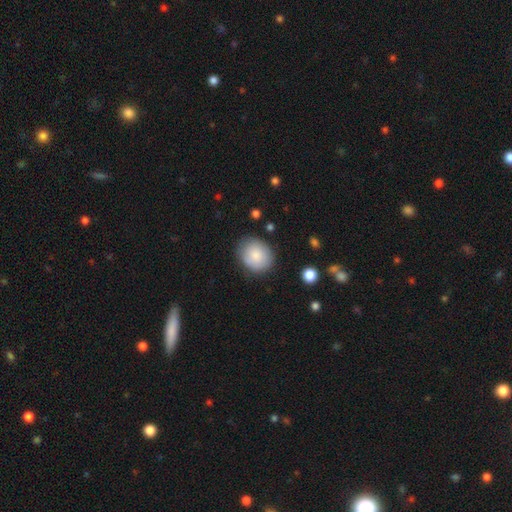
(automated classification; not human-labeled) Overall: smooth (82%). How rounded: round (65%; in between 34%). Merging: none (80%).